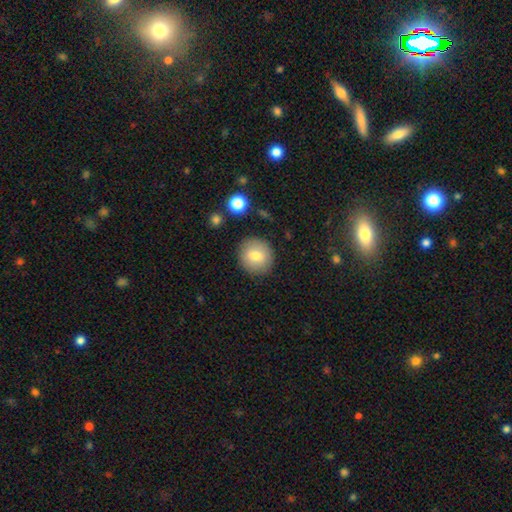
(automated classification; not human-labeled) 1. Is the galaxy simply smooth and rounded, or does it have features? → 77% smooth, 14% featured or disk, 9% star or artifact.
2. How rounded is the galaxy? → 88% round, 11% in between, 1% cigar-shaped.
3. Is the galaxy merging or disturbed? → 86% none, 9% minor disturbance, 3% major disturbance, 2% merger.